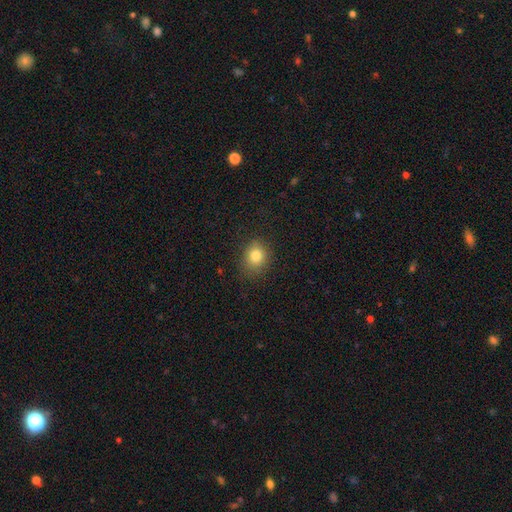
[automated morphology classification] A smooth galaxy with no disk features (81%) that is round (66%). Merging: none (83%).